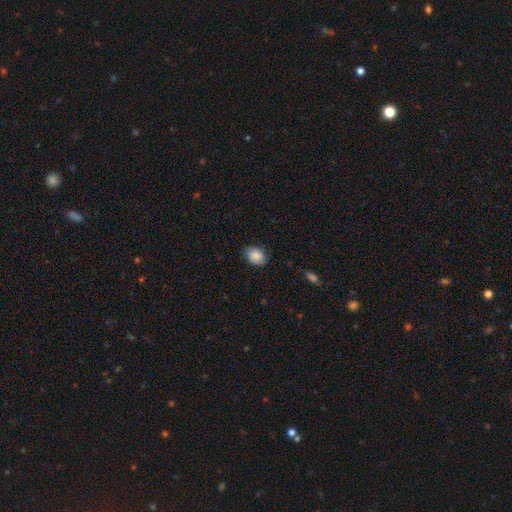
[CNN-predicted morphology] A smooth galaxy with no disk features (85%) that is in between round and cigar-shaped (72%). Merging: none (79%).